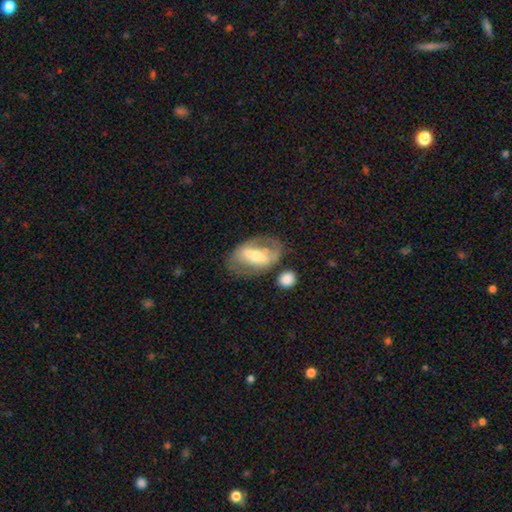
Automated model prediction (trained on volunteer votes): This is likely a featured or disk galaxy (62%). It is clearly not viewed edge-on (89%). Bar: possibly strong (53%). Spiral arm pattern: possibly no (57%). Central bulge: possibly moderate (57%). Merging: possibly none (54%).